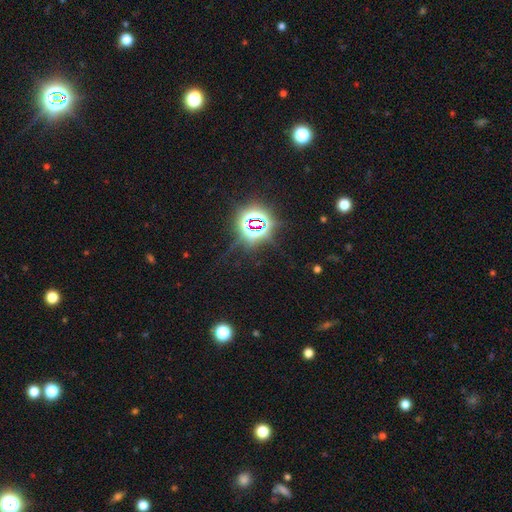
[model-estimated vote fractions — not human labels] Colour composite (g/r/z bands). It shows a star or artifact, not a galaxy (81%).